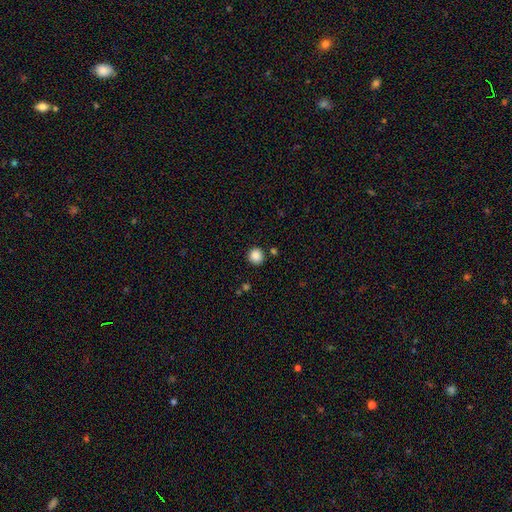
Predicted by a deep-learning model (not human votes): Smooth or featured? Predicted: smooth (p=0.87). How rounded? Predicted: round (p=0.93). Merging? Predicted: none (p=0.87).